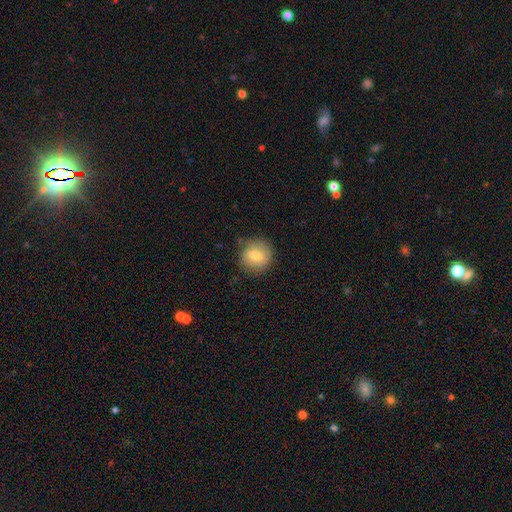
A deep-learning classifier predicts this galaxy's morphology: smooth 74%, featured or disk 18%, star or artifact 9%. Down the decision tree: how rounded — round (90%); merging — none (83%).